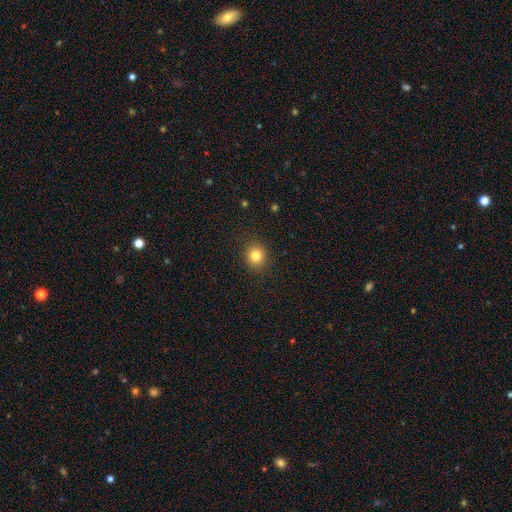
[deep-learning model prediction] smooth_or_featured: smooth (p=0.81) [alt: star or artifact p=0.12]
how_rounded: round (p=0.83) [alt: in between p=0.16]
merging: none (p=0.90) [alt: minor disturbance p=0.07]